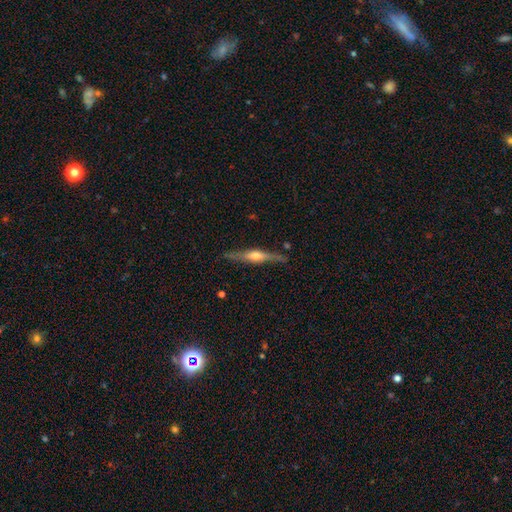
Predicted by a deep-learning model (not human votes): featured or disk 73%, smooth 21%, star or artifact 6%. Down the decision tree: edge-on disk — yes (96%); edge-on bulge — rounded (86%); merging — none (84%).